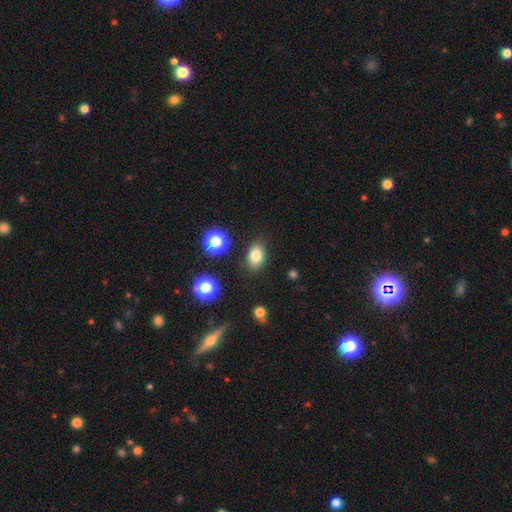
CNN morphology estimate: A smooth galaxy with no disk features (80%) that is in between round and cigar-shaped (79%). Merging: none (85%).